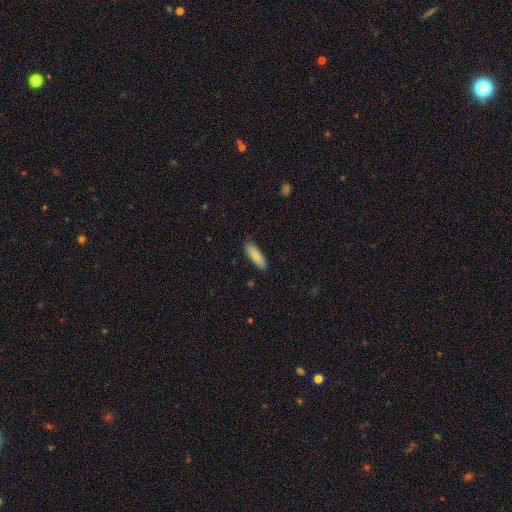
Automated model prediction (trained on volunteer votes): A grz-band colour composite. It shows a smooth galaxy with no disk features (88%) that is in between round and cigar-shaped (58%). Merging: none (86%).